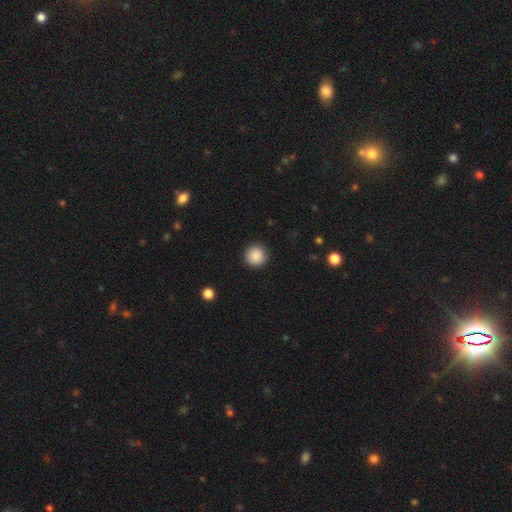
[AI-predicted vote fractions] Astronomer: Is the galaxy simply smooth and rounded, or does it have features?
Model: smooth — 88%.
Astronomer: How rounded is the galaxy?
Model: round — 96%.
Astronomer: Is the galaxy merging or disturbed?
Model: none — 92%.